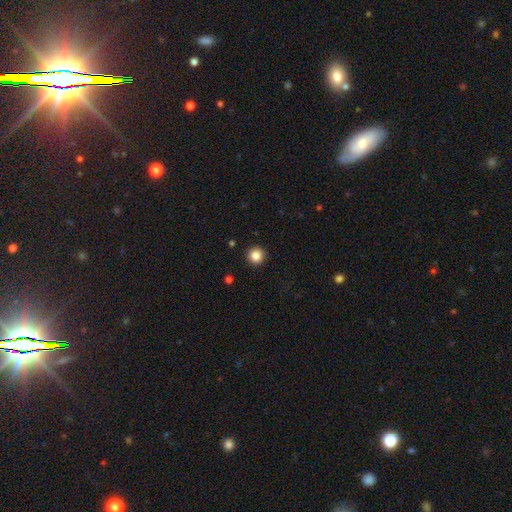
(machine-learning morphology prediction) Smooth or featured?
  - smooth: 85% *
  - star or artifact: 10%
  - featured or disk: 4%
How rounded?
  - round: 96% *
  - in between: 3%
  - cigar-shaped: 1%
Merging?
  - none: 93% *
  - minor disturbance: 4%
  - major disturbance: 2%
  - merger: 1%